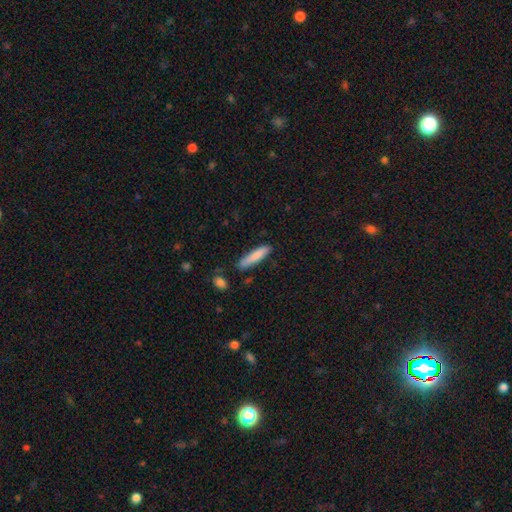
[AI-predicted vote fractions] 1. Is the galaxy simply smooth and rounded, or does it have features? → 83% smooth, 12% featured or disk, 6% star or artifact.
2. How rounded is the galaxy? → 85% cigar-shaped, 14% in between, 1% round.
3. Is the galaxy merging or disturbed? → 80% none, 14% minor disturbance, 3% merger, 3% major disturbance.